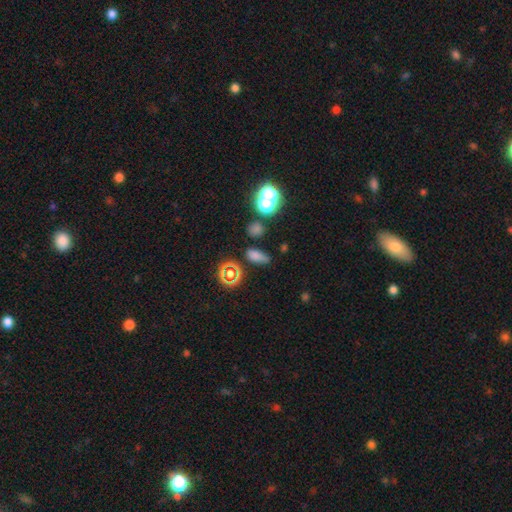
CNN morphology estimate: Smooth or featured: smooth — 67% (star or artifact — 24%)
How rounded: in between — 70% (round — 16%)
Merging: none — 71% (minor disturbance — 16%)